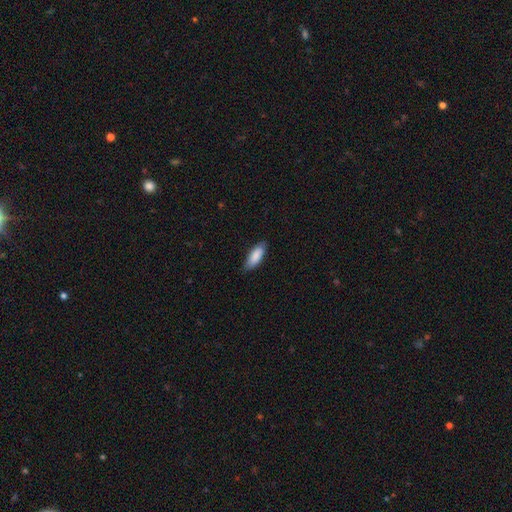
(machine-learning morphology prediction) smooth-or-featured: smooth: 86% | featured or disk: 8% | star or artifact: 5%
  how-rounded: in between: 73% | cigar-shaped: 25% | round: 2%
  merging: none: 81% | minor disturbance: 15% | major disturbance: 3% | merger: 1%